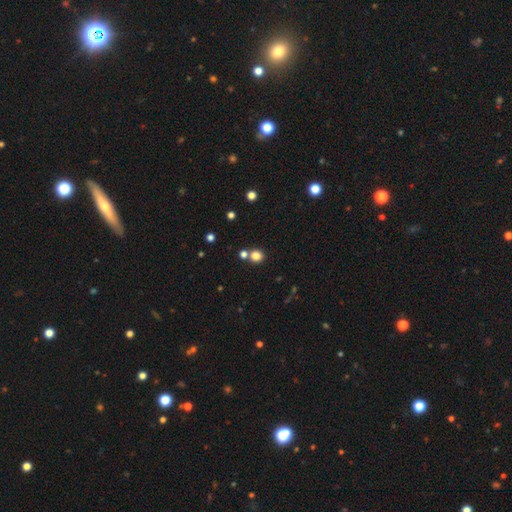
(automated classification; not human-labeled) Smooth or featured?
  - smooth: 80% *
  - star or artifact: 15%
  - featured or disk: 6%
How rounded?
  - round: 88% *
  - in between: 11%
  - cigar-shaped: 1%
Merging?
  - none: 69% *
  - merger: 21%
  - minor disturbance: 7%
  - major disturbance: 3%